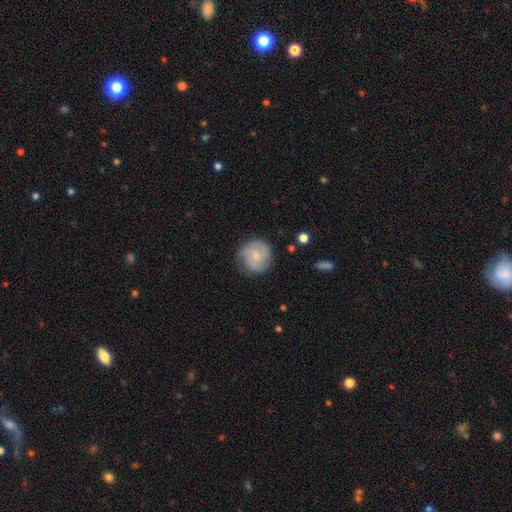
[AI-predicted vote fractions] smooth_or_featured: smooth (p=0.49) [alt: featured or disk p=0.44]
merging: none (p=0.71) [alt: minor disturbance p=0.21]